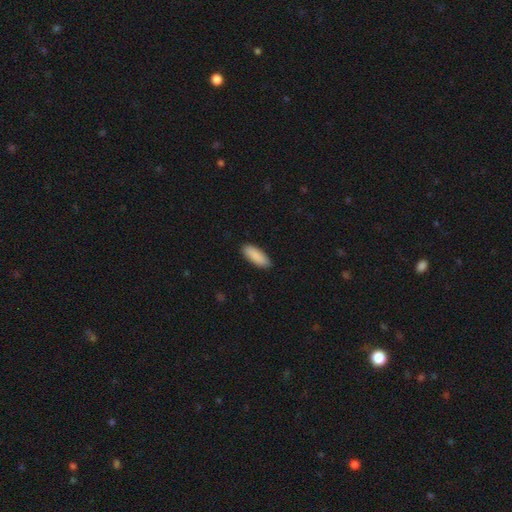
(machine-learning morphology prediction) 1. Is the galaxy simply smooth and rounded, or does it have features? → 90% smooth, 5% star or artifact, 5% featured or disk.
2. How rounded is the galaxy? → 73% in between, 26% cigar-shaped, 2% round.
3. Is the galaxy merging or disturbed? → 89% none, 8% minor disturbance, 2% major disturbance, 1% merger.